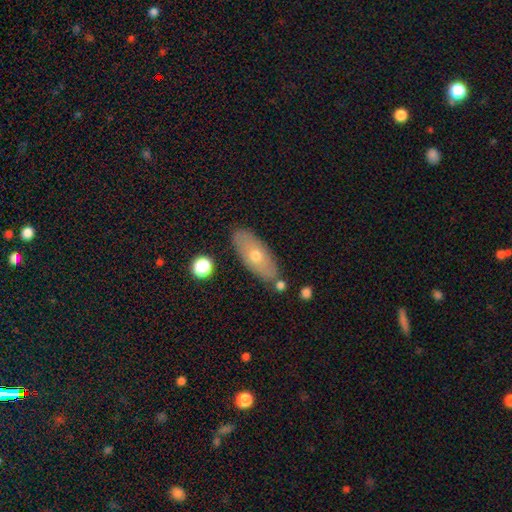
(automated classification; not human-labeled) Smooth or featured: smooth — 59% (featured or disk — 34%)
How rounded: in between — 75% (cigar-shaped — 21%)
Merging: none — 80% (minor disturbance — 13%)